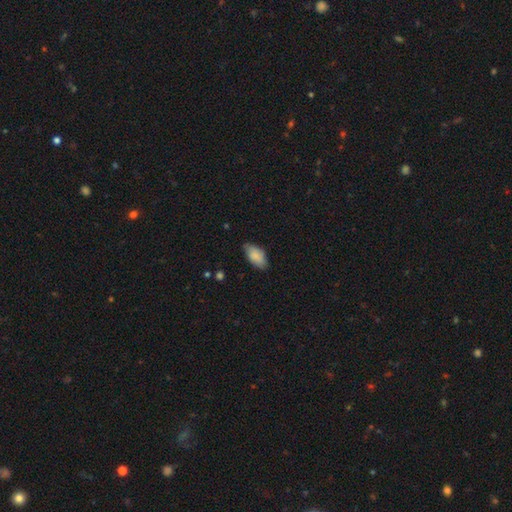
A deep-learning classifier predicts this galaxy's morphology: smooth-or-featured: smooth: 85% | featured or disk: 8% | star or artifact: 6%
  how-rounded: in between: 93% | cigar-shaped: 5% | round: 3%
  merging: none: 73% | minor disturbance: 23% | major disturbance: 3% | merger: 1%